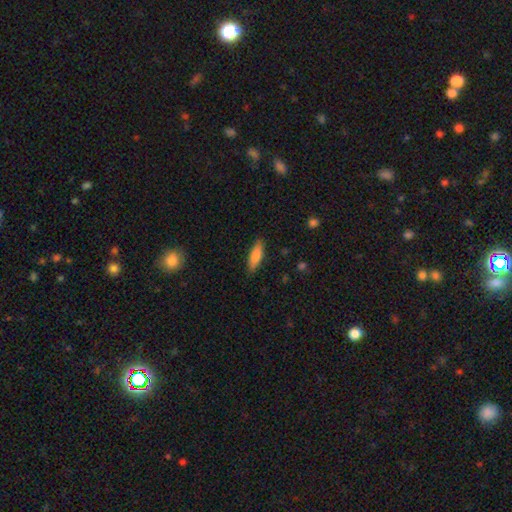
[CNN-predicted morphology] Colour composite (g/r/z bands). It shows a smooth galaxy with no disk features (77%) that is cigar-shaped (52%). Merging: none (86%).